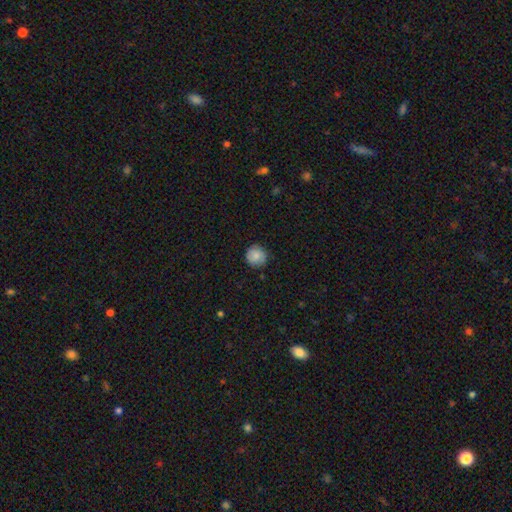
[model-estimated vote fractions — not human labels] This appears to be a smooth galaxy with no disk features (80%) that is round (92%). Merging: none (85%).